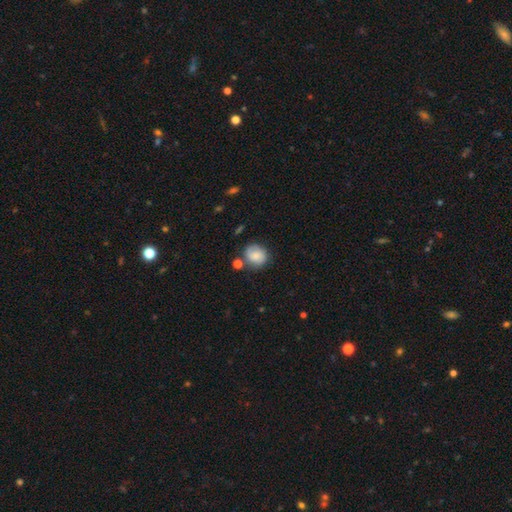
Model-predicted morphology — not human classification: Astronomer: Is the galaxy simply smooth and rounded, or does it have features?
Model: smooth — 72%.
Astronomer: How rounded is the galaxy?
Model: round — 75%.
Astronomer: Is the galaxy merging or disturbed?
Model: none — 65%.